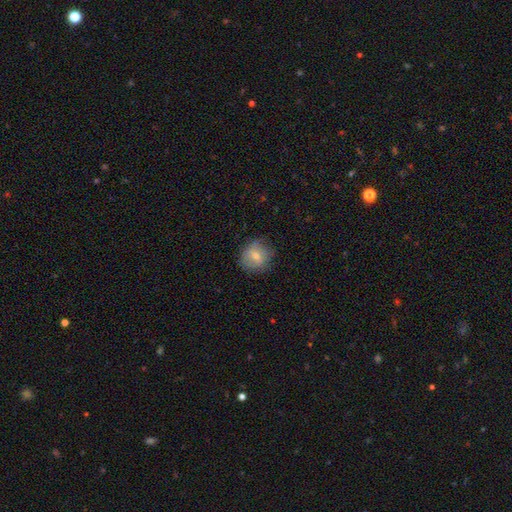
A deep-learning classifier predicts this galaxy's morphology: type=smooth (58%); roundness=round (83%); merging=none (80%).